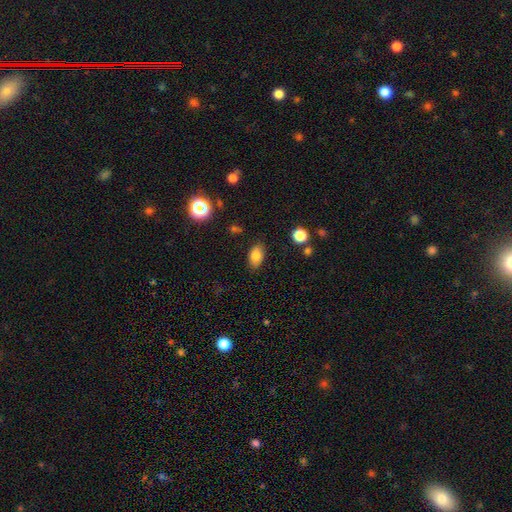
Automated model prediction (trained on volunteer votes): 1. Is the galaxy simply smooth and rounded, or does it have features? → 82% smooth, 10% star or artifact, 8% featured or disk.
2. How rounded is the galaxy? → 89% in between, 9% round, 2% cigar-shaped.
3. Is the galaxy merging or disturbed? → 83% none, 12% minor disturbance, 3% major disturbance, 2% merger.